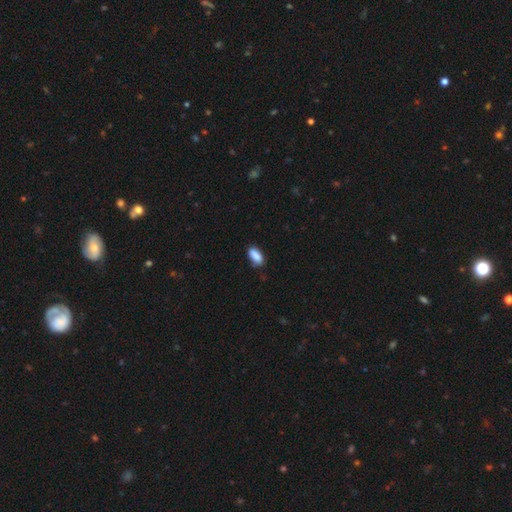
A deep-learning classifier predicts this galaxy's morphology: Smooth or featured?
  - smooth: 87% *
  - star or artifact: 7%
  - featured or disk: 6%
How rounded?
  - in between: 86% *
  - cigar-shaped: 11%
  - round: 3%
Merging?
  - none: 73% *
  - minor disturbance: 21%
  - major disturbance: 4%
  - merger: 3%